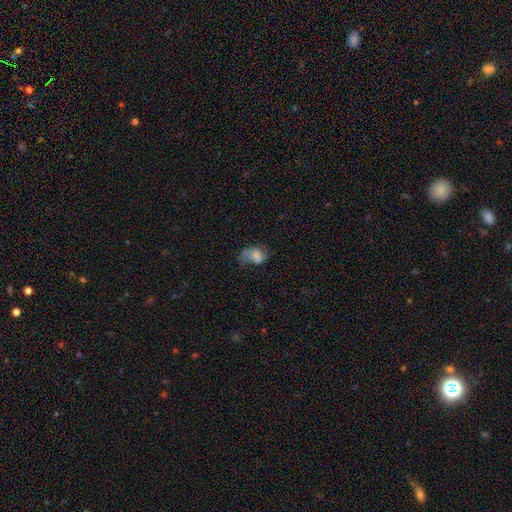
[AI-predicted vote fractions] Smooth or featured? Predicted: smooth (p=0.64). How rounded? Predicted: in between (p=0.77). Merging? Predicted: major disturbance (p=0.43).